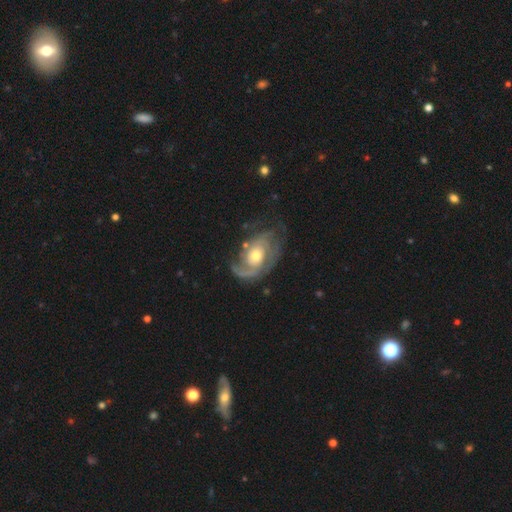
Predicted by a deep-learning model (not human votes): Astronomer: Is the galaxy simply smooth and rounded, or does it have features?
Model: featured or disk — 86%.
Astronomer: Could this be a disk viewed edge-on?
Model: no — 97%.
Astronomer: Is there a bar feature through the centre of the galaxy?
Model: no — 75%.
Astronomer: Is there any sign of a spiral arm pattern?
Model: yes — 94%.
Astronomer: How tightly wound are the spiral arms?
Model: tight — 49% (runner-up: medium, 36%).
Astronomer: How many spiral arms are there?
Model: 2 — 43% (runner-up: can't tell, 20%).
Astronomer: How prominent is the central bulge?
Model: moderate — 66%.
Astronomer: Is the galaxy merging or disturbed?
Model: none — 61%.